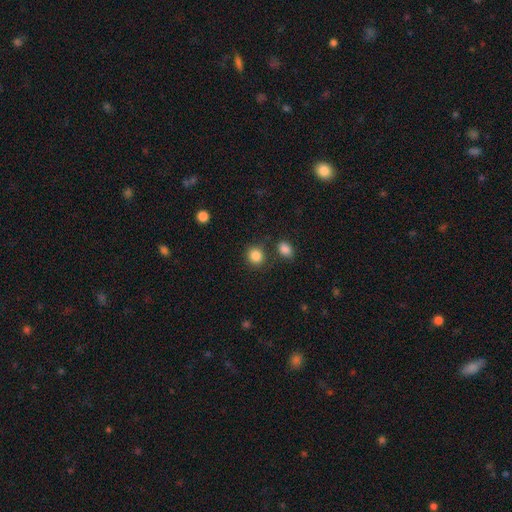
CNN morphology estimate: Smooth or featured? Predicted: smooth (p=0.87). How rounded? Predicted: round (p=0.80). Merging? Predicted: none (p=0.79).